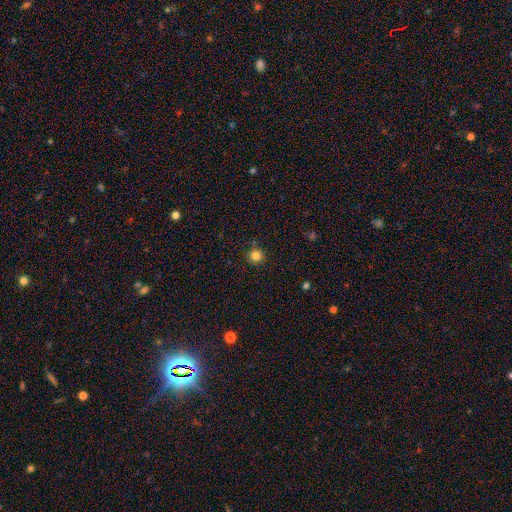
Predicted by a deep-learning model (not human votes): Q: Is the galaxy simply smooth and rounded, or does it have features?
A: smooth — 83%.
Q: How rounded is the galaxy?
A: round — 91%.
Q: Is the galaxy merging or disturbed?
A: none — 88%.